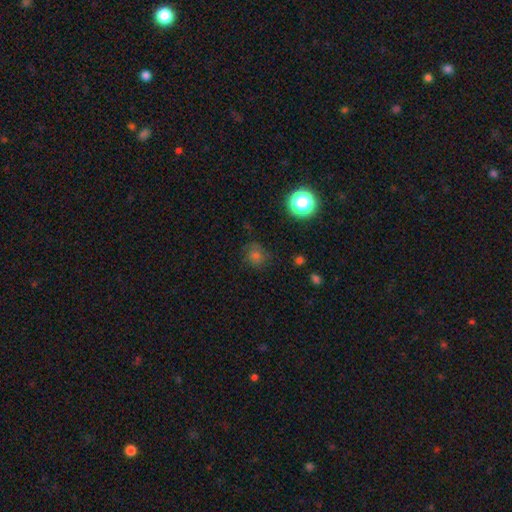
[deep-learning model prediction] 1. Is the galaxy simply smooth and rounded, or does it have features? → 64% smooth, 26% star or artifact, 10% featured or disk.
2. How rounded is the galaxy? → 80% round, 19% in between, 1% cigar-shaped.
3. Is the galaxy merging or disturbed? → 71% none, 19% minor disturbance, 8% major disturbance, 2% merger.